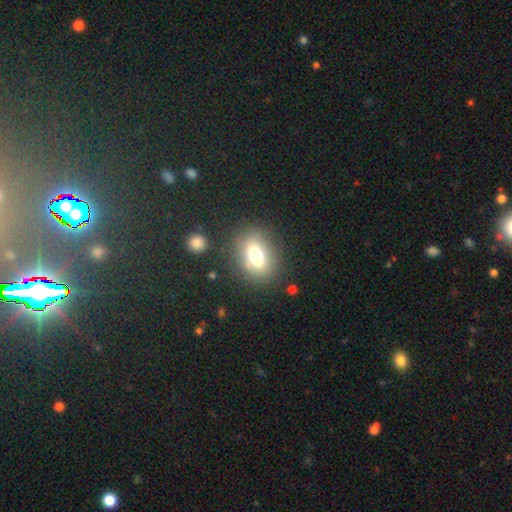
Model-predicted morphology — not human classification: Smooth or featured: smooth — 70% (featured or disk — 18%)
How rounded: in between — 70% (round — 26%)
Merging: none — 80% (minor disturbance — 11%)